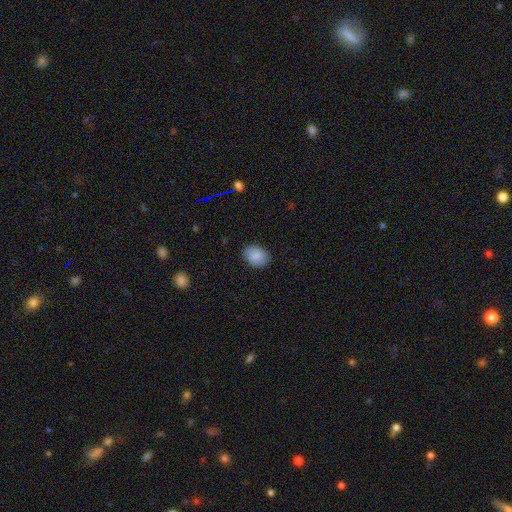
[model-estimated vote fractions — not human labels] Smooth or featured? Predicted: smooth (p=0.88). How rounded? Predicted: in between (p=0.64). Merging? Predicted: none (p=0.87).